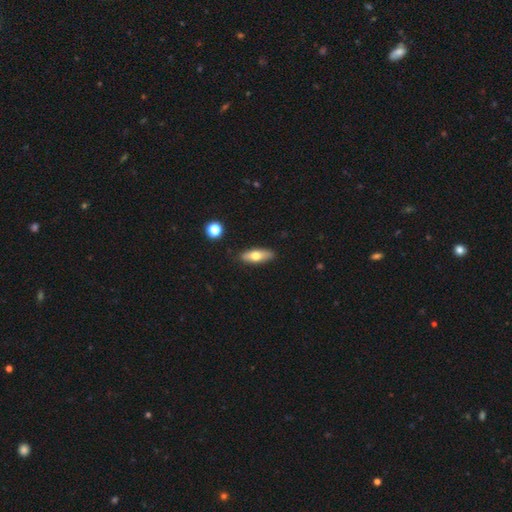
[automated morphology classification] smooth 62%, featured or disk 32%, star or artifact 7%. Down the decision tree: how rounded — in between (62%); merging — none (88%).